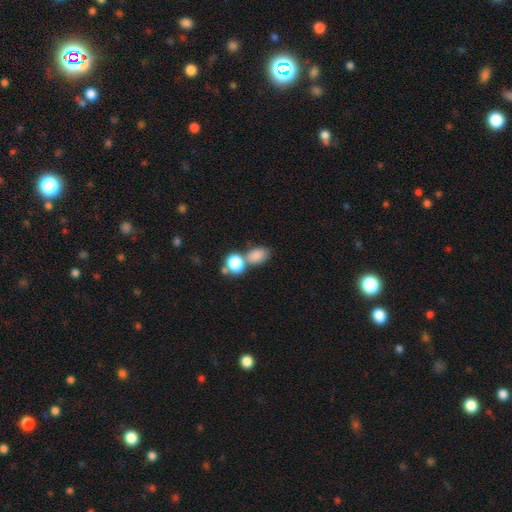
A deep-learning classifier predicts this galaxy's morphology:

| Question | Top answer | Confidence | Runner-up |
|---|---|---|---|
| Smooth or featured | smooth | 81% | star or artifact (11%) |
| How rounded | in between | 75% | round (24%) |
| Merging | none | 42% | merger (41%) |